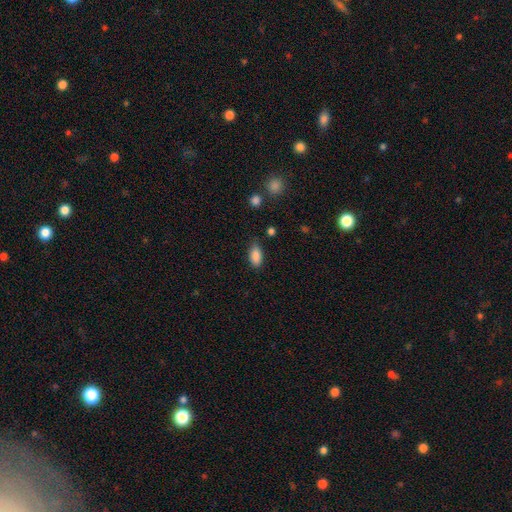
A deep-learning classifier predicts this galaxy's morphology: A smooth galaxy with no disk features (87%) that is in between round and cigar-shaped (91%).

Vote fractions:
- Smooth or featured? smooth: 87% / star or artifact: 8% / featured or disk: 5%
- How rounded? in between: 91% / cigar-shaped: 6% / round: 4%
- Merging? none: 77% / minor disturbance: 18% / major disturbance: 4% / merger: 2%